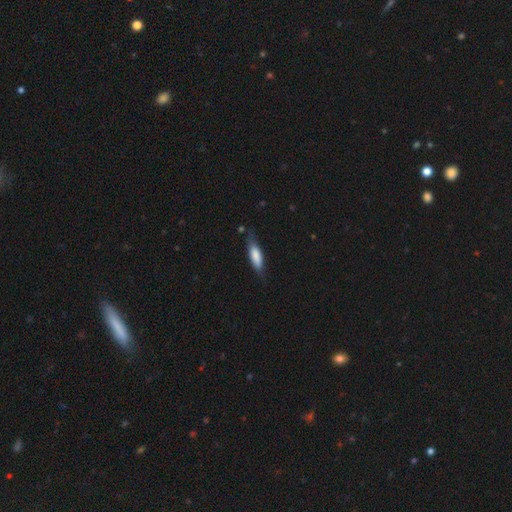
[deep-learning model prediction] A smooth galaxy with no disk features (77%) that is cigar-shaped (51%). Merging: none (68%).